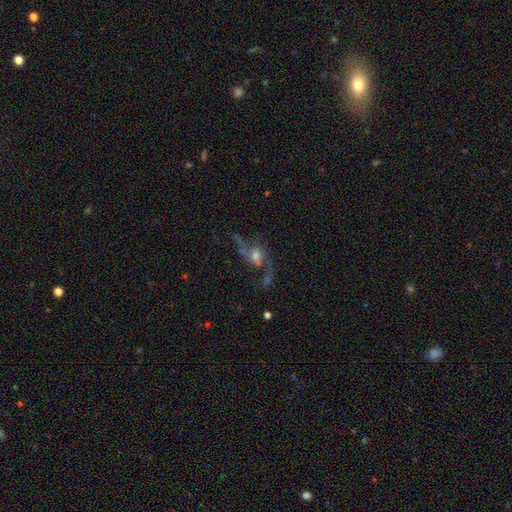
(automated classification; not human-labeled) The model was most divided on "bar": no: 49%, weak: 39%, strong: 12%. More confident: edge-on disk — no (94%); spiral arms — yes (89%); spiral arm count — 2 (87%); smooth or featured — featured or disk (77%); spiral winding — loose (76%); bulge size — moderate (52%); merging — none (52%).